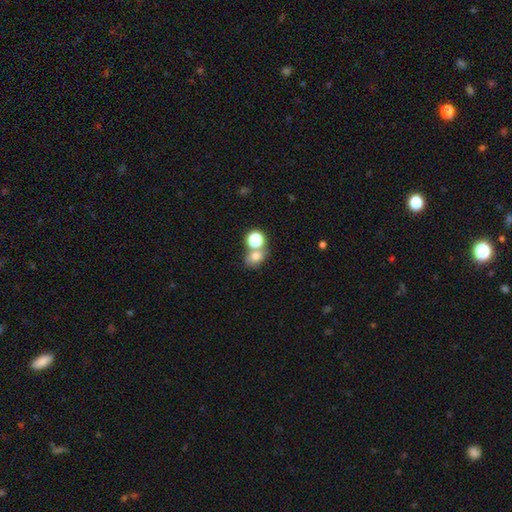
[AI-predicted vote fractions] Smooth or featured? smooth (72%)
How rounded? round (55%)
Merging? none (48%)